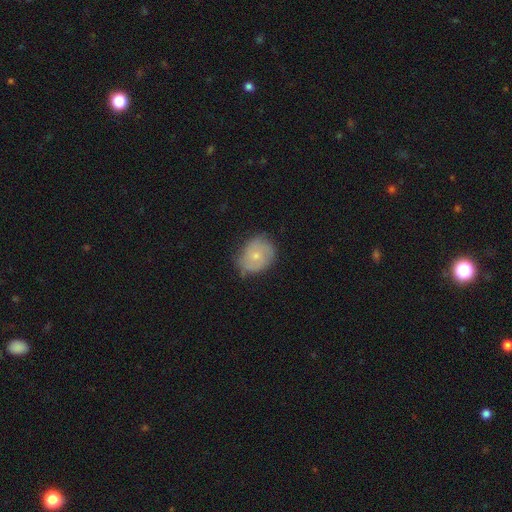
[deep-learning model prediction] Morphology: type=smooth (49%); merging=none (64%).